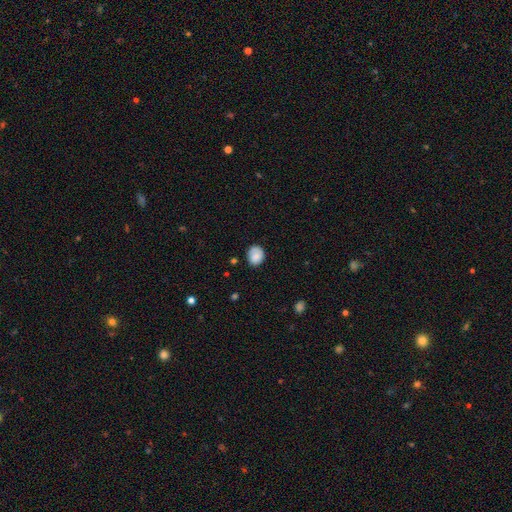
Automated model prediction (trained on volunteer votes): Overall: smooth (84%). How rounded: round (60%; in between 39%). Merging: none (73%).